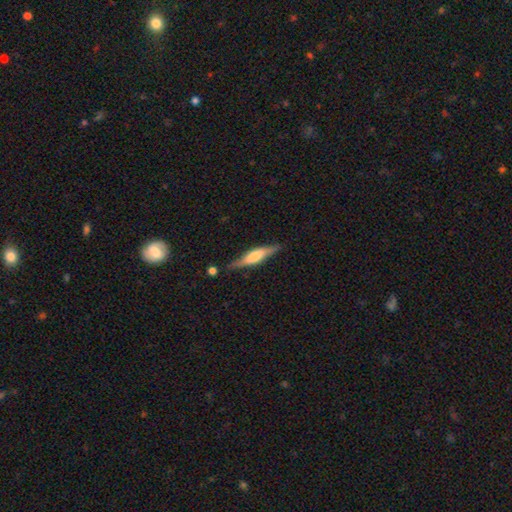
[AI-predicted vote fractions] smooth_or_featured: featured or disk (p=0.50) [alt: smooth p=0.44]
merging: none (p=0.77) [alt: minor disturbance p=0.16]